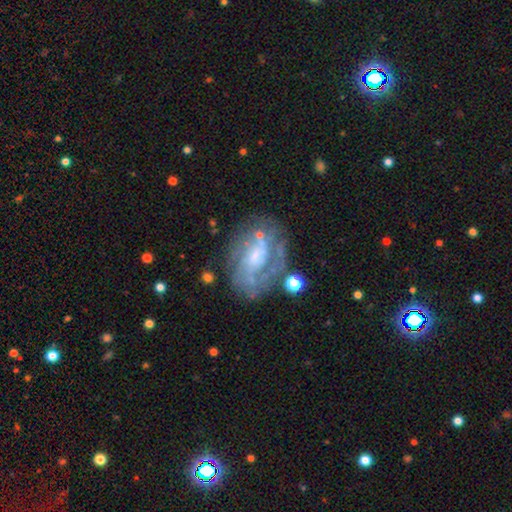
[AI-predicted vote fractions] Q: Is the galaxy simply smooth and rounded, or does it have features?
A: featured or disk — 76%.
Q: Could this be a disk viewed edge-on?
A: no — 96%.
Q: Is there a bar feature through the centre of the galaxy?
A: no — 56%.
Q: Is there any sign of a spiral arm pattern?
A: yes — 74%.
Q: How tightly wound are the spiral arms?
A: tight — 47%.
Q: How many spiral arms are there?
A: can't tell — 45%.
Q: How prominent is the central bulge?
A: small — 49%.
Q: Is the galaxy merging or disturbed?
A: none — 58%.